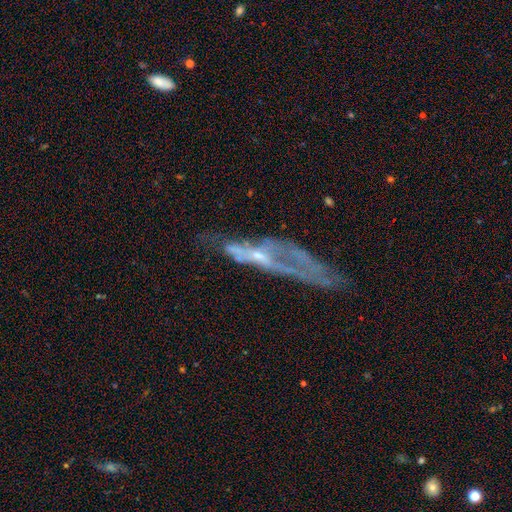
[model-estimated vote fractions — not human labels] smooth_or_featured: featured or disk (p=0.66) [alt: smooth p=0.23]
disk_edge_on: no (p=0.61) [alt: yes p=0.39]
merging: major disturbance (p=0.40) [alt: none p=0.31]